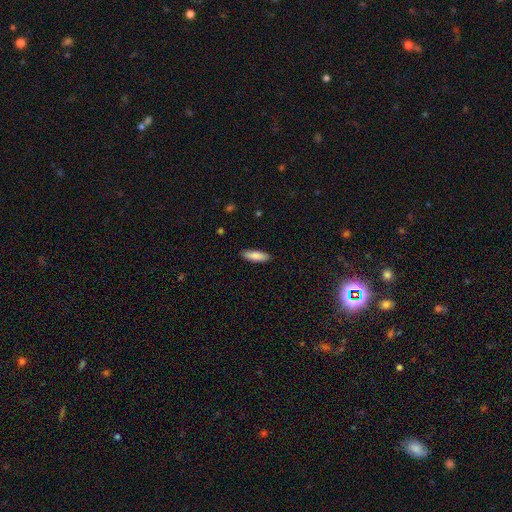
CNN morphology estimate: Smooth or featured: smooth — 86% (featured or disk — 8%)
How rounded: in between — 53% (cigar-shaped — 46%)
Merging: none — 89% (minor disturbance — 8%)